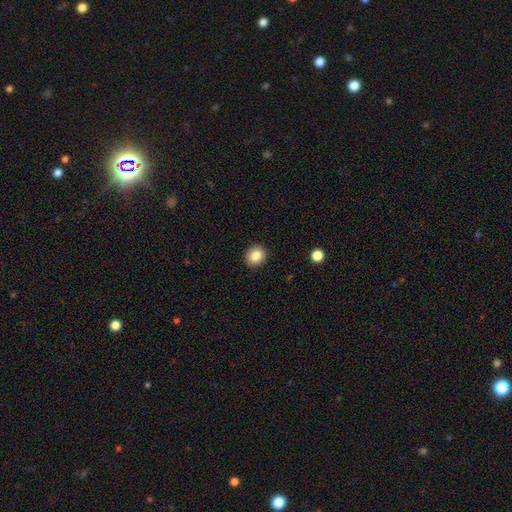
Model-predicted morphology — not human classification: type=smooth (84%); roundness=round (83%); merging=none (92%).